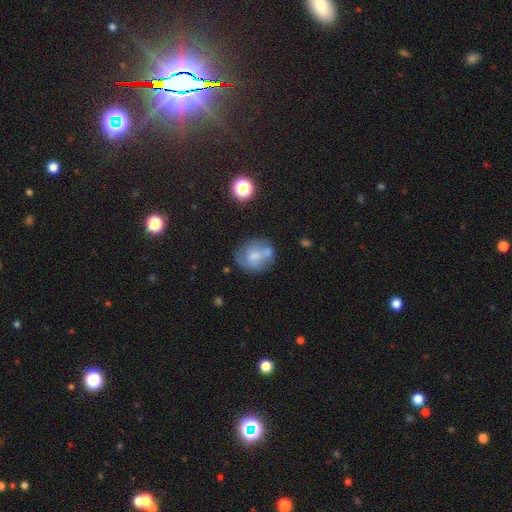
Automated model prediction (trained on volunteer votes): smooth_or_featured: smooth (p=0.55) [alt: featured or disk p=0.35]
how_rounded: round (p=0.67) [alt: in between p=0.32]
merging: none (p=0.46) [alt: minor disturbance p=0.23]